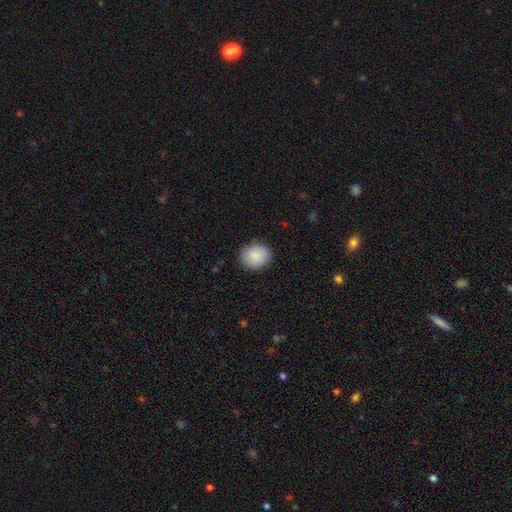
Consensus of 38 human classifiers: A smooth galaxy with no disk features (89%) that is round (82%).

Vote fractions:
- Smooth or featured? smooth: 89% / star or artifact: 8% / featured or disk: 3%
- How rounded? round: 82% / in between: 18% / cigar-shaped: 0%
- Merging? none: 91% / minor disturbance: 9% / major disturbance: 0% / merger: 0%